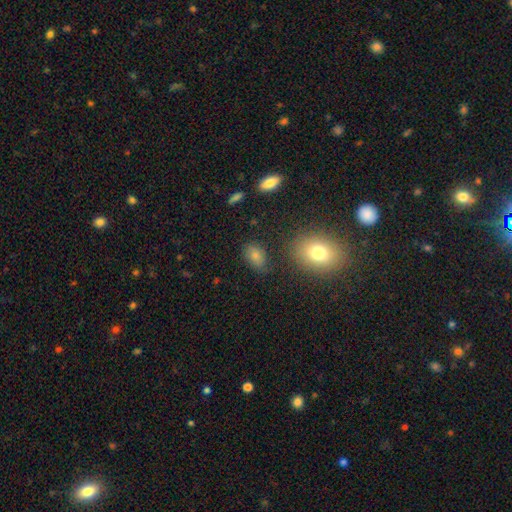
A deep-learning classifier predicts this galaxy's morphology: This appears to be a smooth galaxy with no disk features (78%) that is in between round and cigar-shaped (83%). Merging: none (74%).